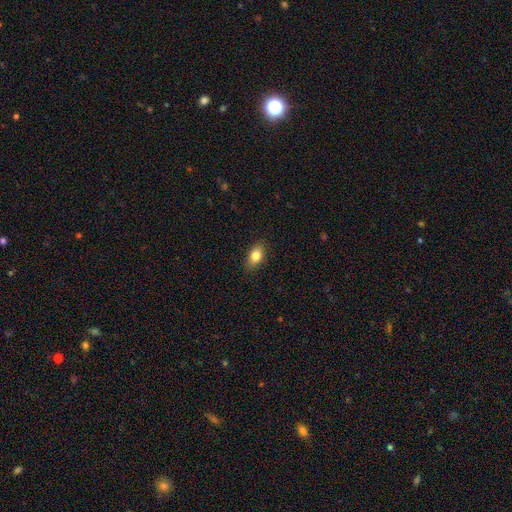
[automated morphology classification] This appears to be a smooth galaxy with no disk features (83%) that is in between round and cigar-shaped (87%). Merging: none (88%).